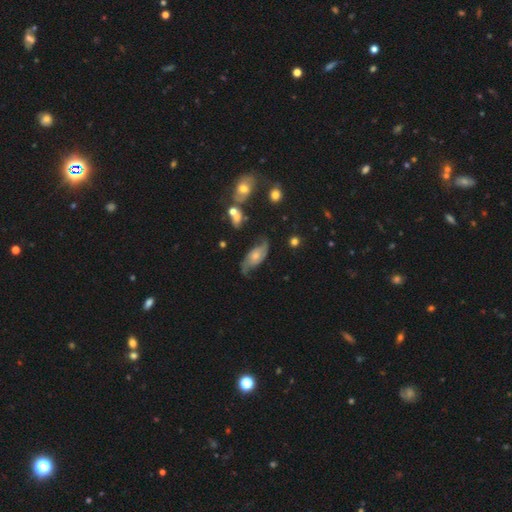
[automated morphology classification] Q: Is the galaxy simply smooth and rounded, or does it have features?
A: featured or disk — 72%.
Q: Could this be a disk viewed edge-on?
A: no — 92%.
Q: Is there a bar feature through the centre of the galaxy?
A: no — 65%.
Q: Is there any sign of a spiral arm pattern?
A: yes — 91%.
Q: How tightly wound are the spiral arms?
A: loose — 41%.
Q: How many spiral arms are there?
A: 2 — 85%.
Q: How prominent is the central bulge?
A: moderate — 48%.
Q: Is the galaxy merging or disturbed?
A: none — 64%.